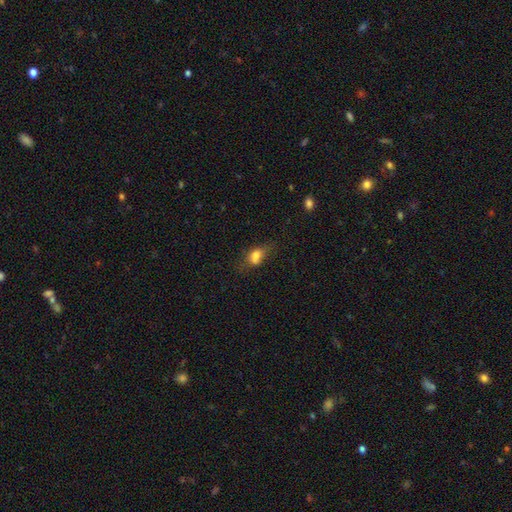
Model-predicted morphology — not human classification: smooth 70%, featured or disk 18%, star or artifact 12%. Down the decision tree: how rounded — in between (70%); merging — none (37%).